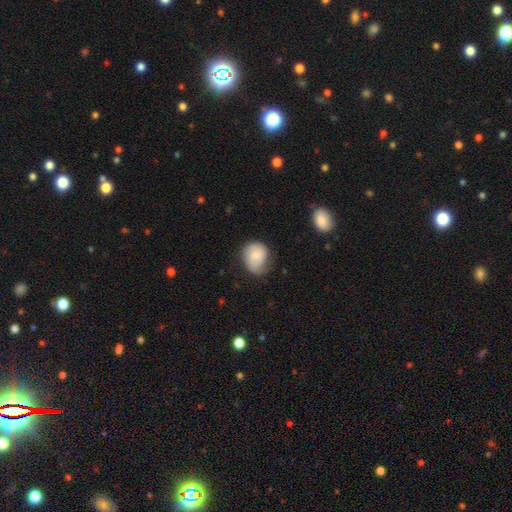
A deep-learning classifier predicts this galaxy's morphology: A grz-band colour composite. It shows a smooth galaxy with no disk features (71%) that is round (60%). Merging: none (46%).